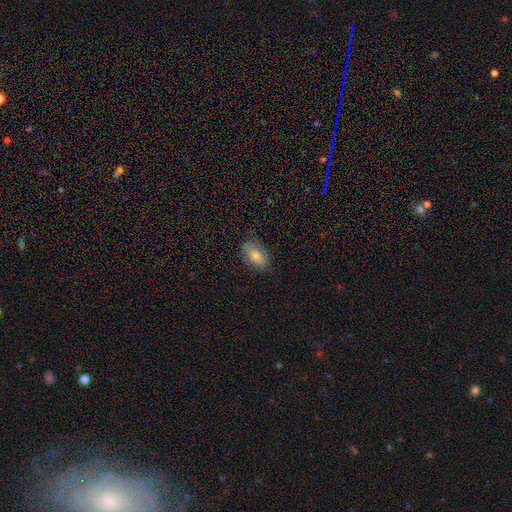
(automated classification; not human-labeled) Smooth or featured: smooth — 75% (featured or disk — 17%)
How rounded: in between — 89% (round — 8%)
Merging: none — 75% (minor disturbance — 19%)